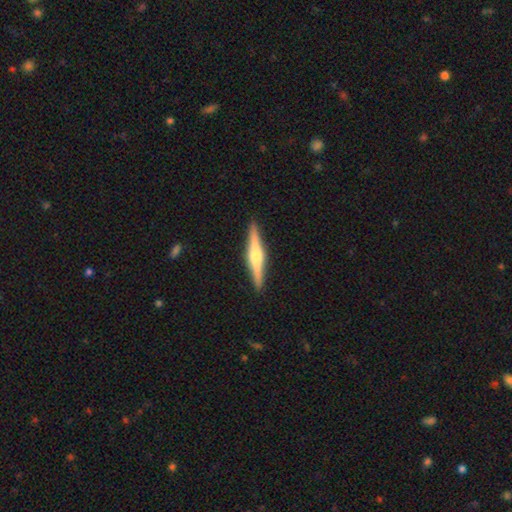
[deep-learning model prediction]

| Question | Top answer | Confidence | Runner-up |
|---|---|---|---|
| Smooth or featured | featured or disk | 70% | smooth (25%) |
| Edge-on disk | yes | 98% | no (2%) |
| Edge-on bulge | rounded | 90% | boxy (6%) |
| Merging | none | 92% | minor disturbance (6%) |